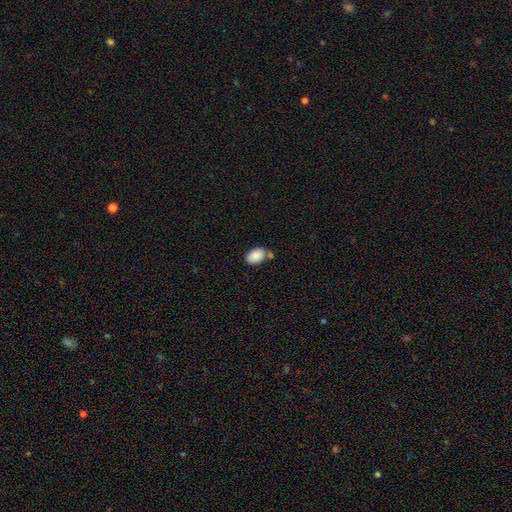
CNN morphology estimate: Smooth or featured?
  - smooth: 88% *
  - star or artifact: 7%
  - featured or disk: 5%
How rounded?
  - in between: 89% *
  - round: 9%
  - cigar-shaped: 1%
Merging?
  - none: 62% *
  - merger: 17%
  - minor disturbance: 17%
  - major disturbance: 4%